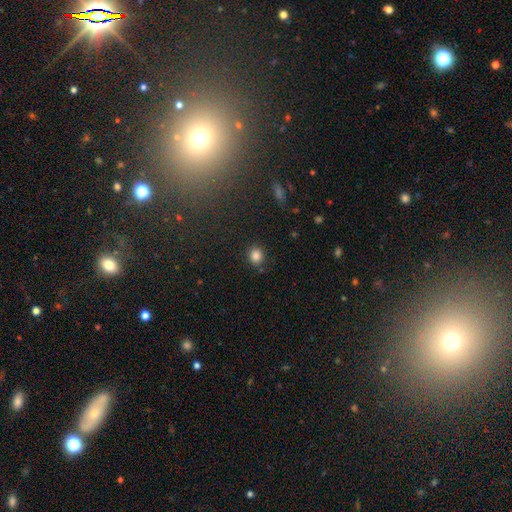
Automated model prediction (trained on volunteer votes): A smooth galaxy with no disk features (85%) that is round (74%). Merging: none (84%).